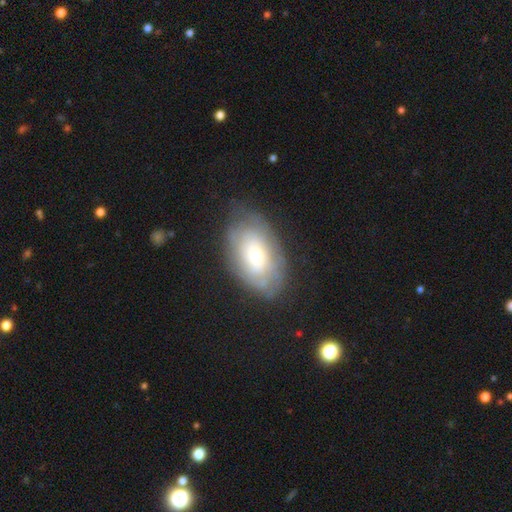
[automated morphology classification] A smooth galaxy with no disk features (48%).

Vote fractions:
- Smooth or featured? smooth: 48% / featured or disk: 44% / star or artifact: 8%
- Merging? none: 70% / minor disturbance: 20% / major disturbance: 8% / merger: 2%